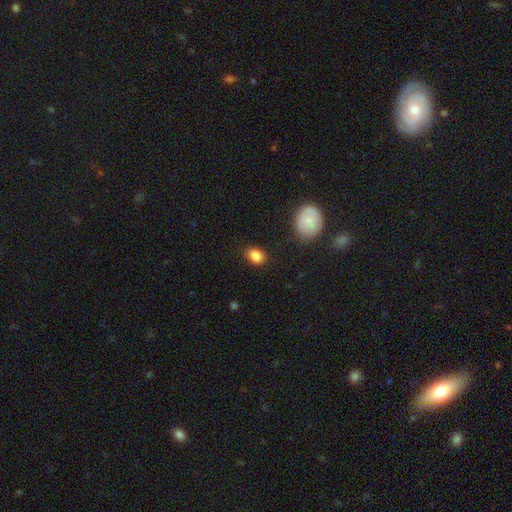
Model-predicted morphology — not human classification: Q: Smooth or featured?
A: smooth (85%); runner-up: star or artifact (9%)
Q: How rounded?
A: in between (69%); runner-up: round (29%)
Q: Merging?
A: none (78%); runner-up: minor disturbance (16%)